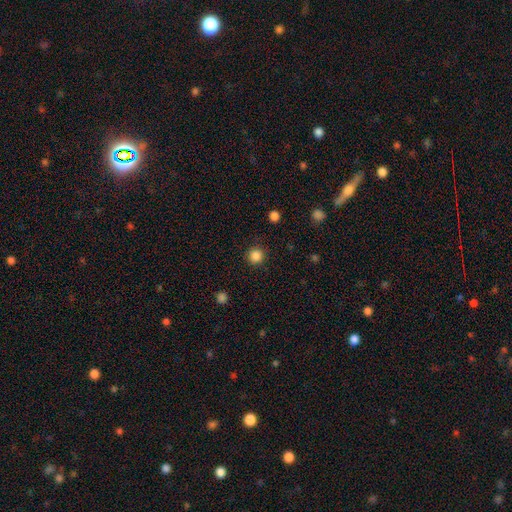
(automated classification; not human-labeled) A smooth galaxy with no disk features (86%) that is round (95%). Merging: none (90%).